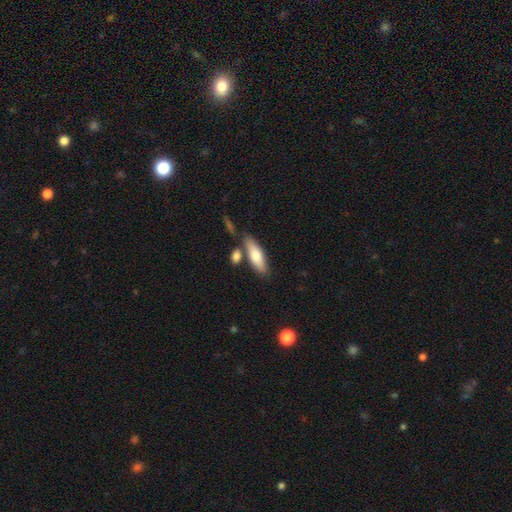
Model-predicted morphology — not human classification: Overall: smooth (72%). How rounded: in between (59%; cigar-shaped 39%). Merging: none (66%).